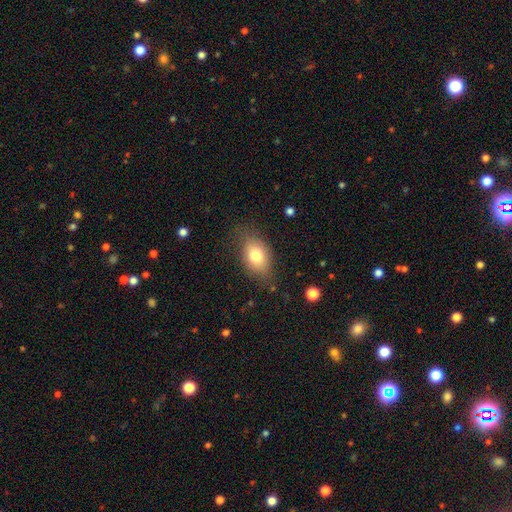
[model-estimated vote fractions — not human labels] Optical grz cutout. It shows a smooth galaxy with no disk features (77%) that is in between round and cigar-shaped (83%). Merging: none (73%).